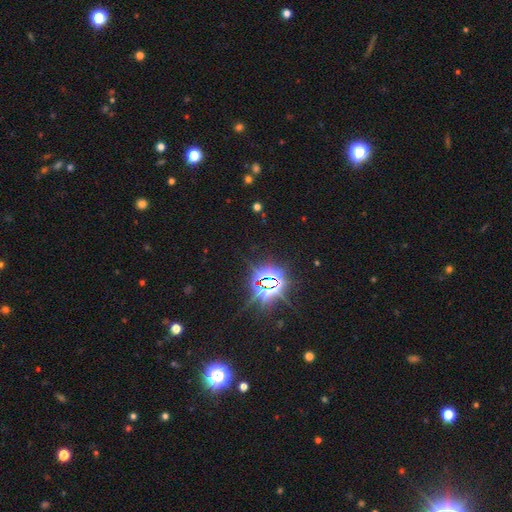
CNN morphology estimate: smooth_or_featured: star or artifact (p=0.83) [alt: smooth p=0.11]